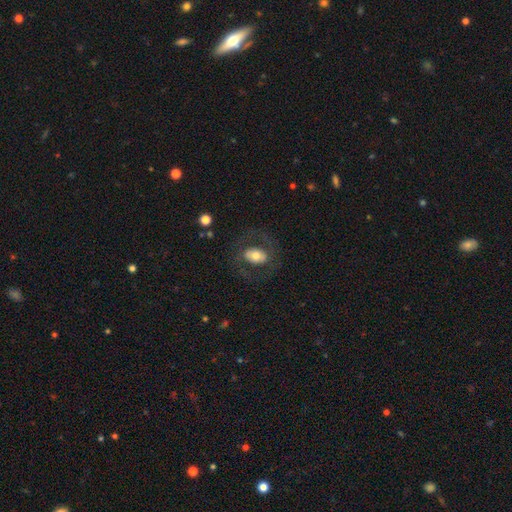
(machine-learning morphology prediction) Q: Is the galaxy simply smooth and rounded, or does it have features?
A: smooth — 53%.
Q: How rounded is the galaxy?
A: in between — 79%.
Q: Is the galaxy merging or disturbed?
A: none — 71%.